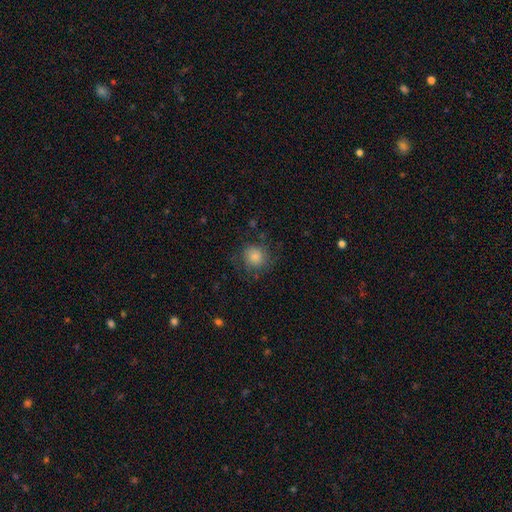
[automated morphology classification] This appears to be a smooth galaxy with no disk features (72%) that is round (90%). Merging: none (76%).